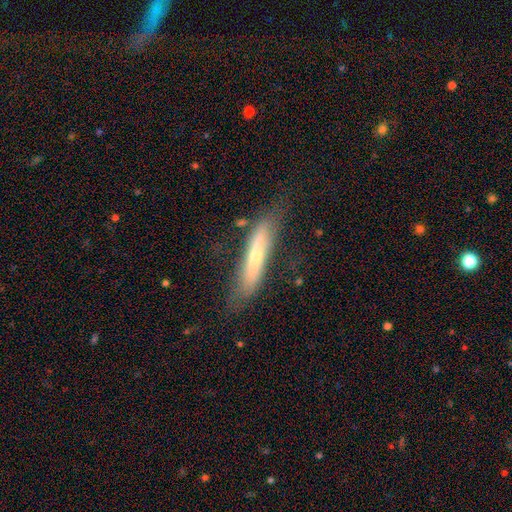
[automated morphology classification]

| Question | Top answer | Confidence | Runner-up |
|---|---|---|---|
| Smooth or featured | featured or disk | 48% | smooth (46%) |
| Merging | none | 65% | minor disturbance (22%) |